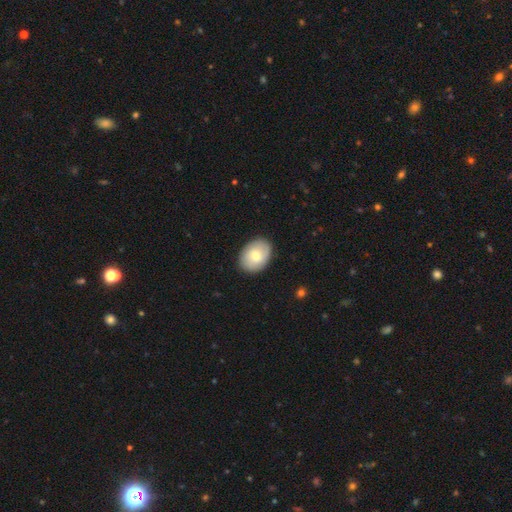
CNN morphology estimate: The model was most divided on "how rounded": in between: 70%, round: 29%, cigar-shaped: 1%. More confident: merging — none (87%); smooth or featured — smooth (70%).